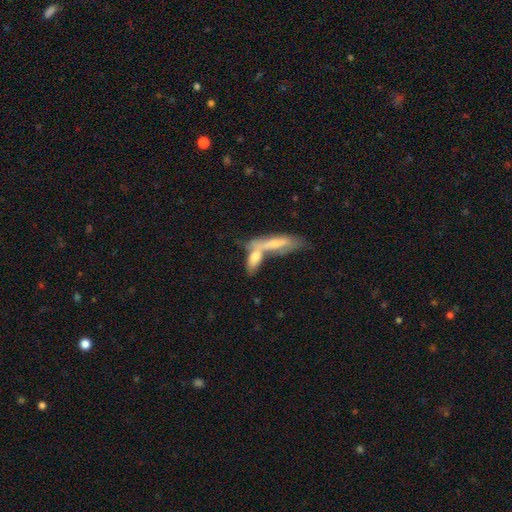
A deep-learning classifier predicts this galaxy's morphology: A smooth galaxy with no disk features (58%) that is cigar-shaped (51%).

Vote fractions:
- Smooth or featured? smooth: 58% / featured or disk: 34% / star or artifact: 8%
- How rounded? cigar-shaped: 51% / in between: 45% / round: 3%
- Merging? merger: 58% / none: 28% / minor disturbance: 9% / major disturbance: 5%